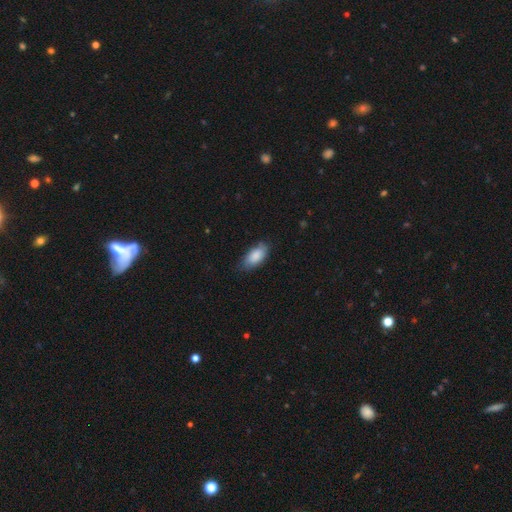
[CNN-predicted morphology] Overall: smooth (86%). How rounded: in between (91%). Merging: none (72%).